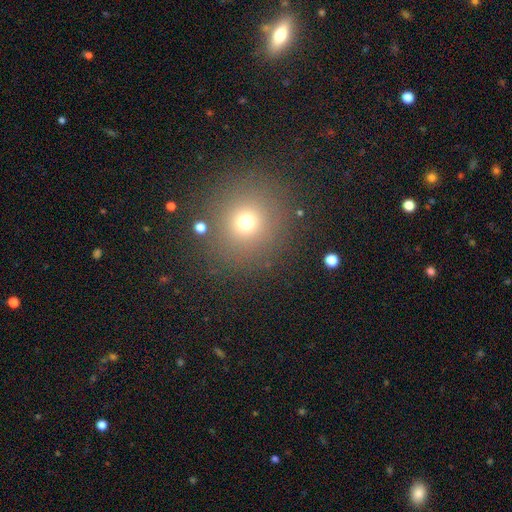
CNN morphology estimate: A smooth galaxy with no disk features (59%) that is round (93%).

Vote fractions:
- Smooth or featured? smooth: 59% / star or artifact: 33% / featured or disk: 8%
- How rounded? round: 93% / in between: 6% / cigar-shaped: 1%
- Merging? none: 89% / minor disturbance: 6% / major disturbance: 3% / merger: 2%